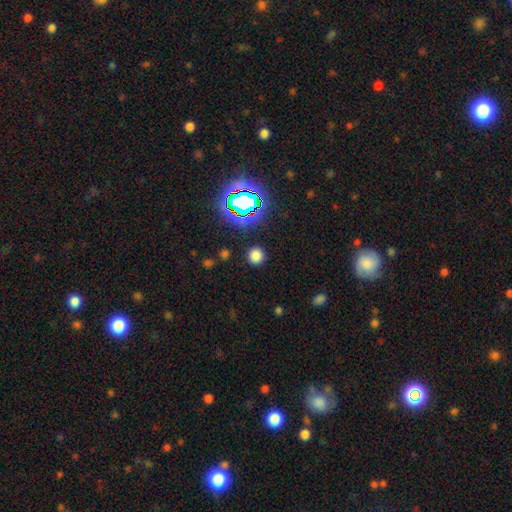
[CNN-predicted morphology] The model was most divided on "smooth or featured": smooth: 73%, star or artifact: 21%, featured or disk: 6%. More confident: how rounded — round (92%); merging — none (89%).